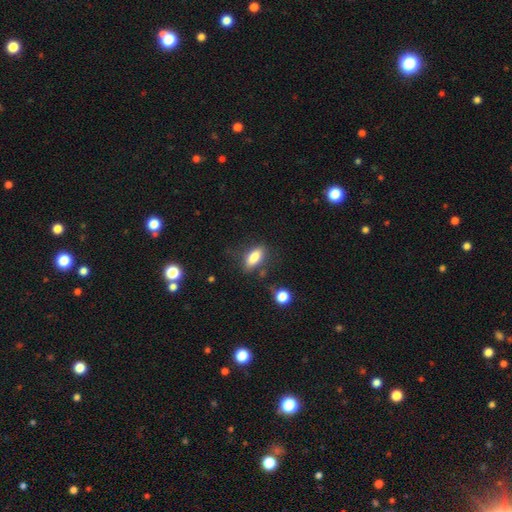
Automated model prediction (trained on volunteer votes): Q: Smooth or featured?
A: smooth (80%); runner-up: featured or disk (11%)
Q: How rounded?
A: in between (81%); runner-up: cigar-shaped (15%)
Q: Merging?
A: none (71%); runner-up: minor disturbance (18%)